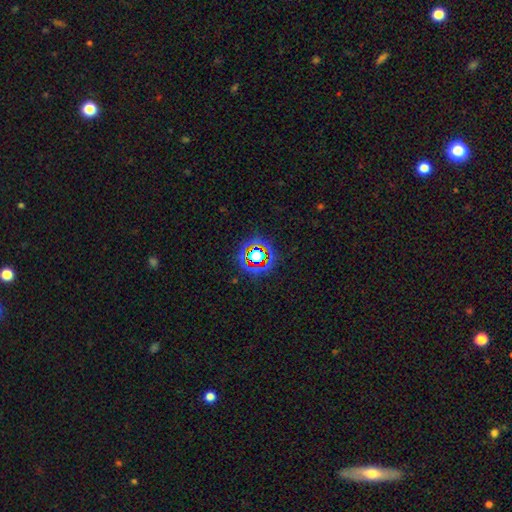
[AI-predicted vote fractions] Smooth or featured?
  - star or artifact: 65% *
  - smooth: 23%
  - featured or disk: 12%